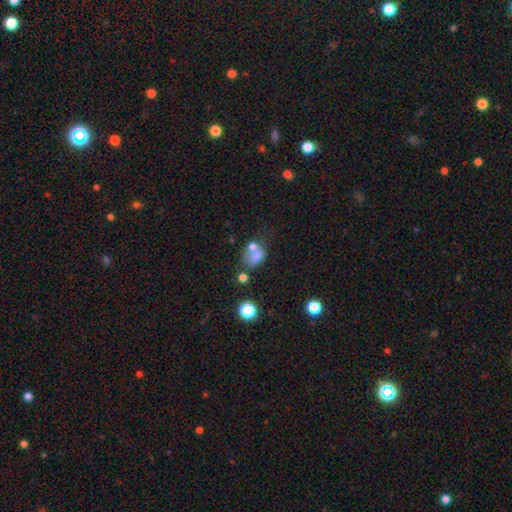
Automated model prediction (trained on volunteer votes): Morphology: type=smooth (68%); roundness=in between (63%); merging=merger (38%).